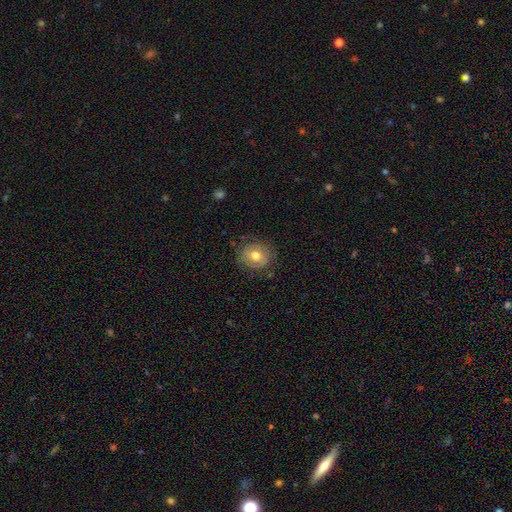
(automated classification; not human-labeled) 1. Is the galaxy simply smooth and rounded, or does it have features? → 66% smooth, 25% featured or disk, 9% star or artifact.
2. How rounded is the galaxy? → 81% round, 19% in between, 1% cigar-shaped.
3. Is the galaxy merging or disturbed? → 80% none, 15% minor disturbance, 5% major disturbance, 1% merger.